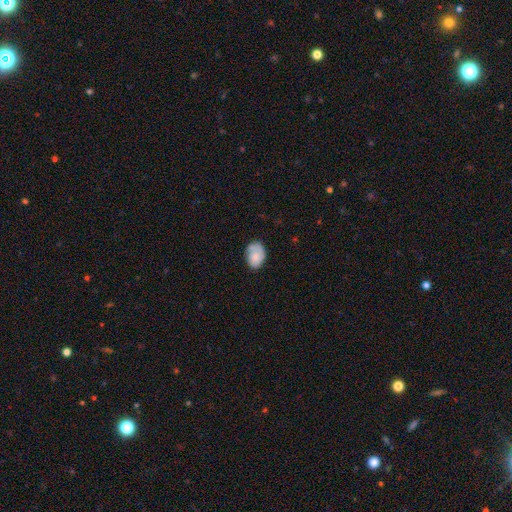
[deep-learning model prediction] This is likely a smooth galaxy (63%). How rounded: likely in between (78%). Merging: likely none (60%).